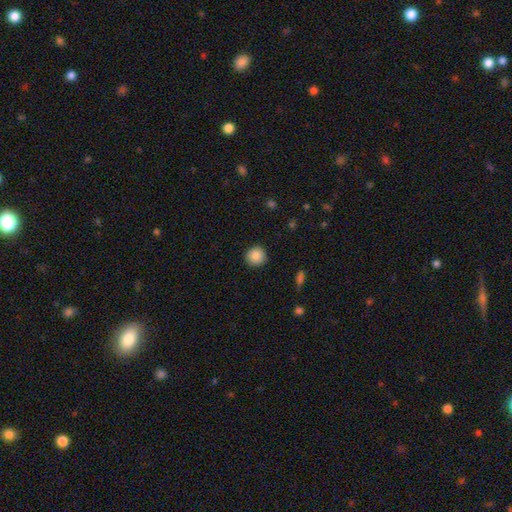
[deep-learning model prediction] Smooth or featured? Predicted: smooth (p=0.87). How rounded? Predicted: round (p=0.94). Merging? Predicted: none (p=0.91).